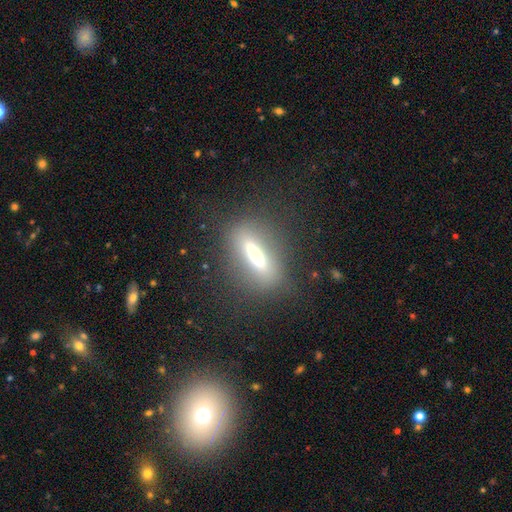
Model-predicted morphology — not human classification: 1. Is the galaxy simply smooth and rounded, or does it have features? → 51% smooth, 37% featured or disk, 12% star or artifact.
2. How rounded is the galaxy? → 66% cigar-shaped, 30% in between, 4% round.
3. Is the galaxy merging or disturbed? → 80% none, 11% minor disturbance, 8% major disturbance, 2% merger.